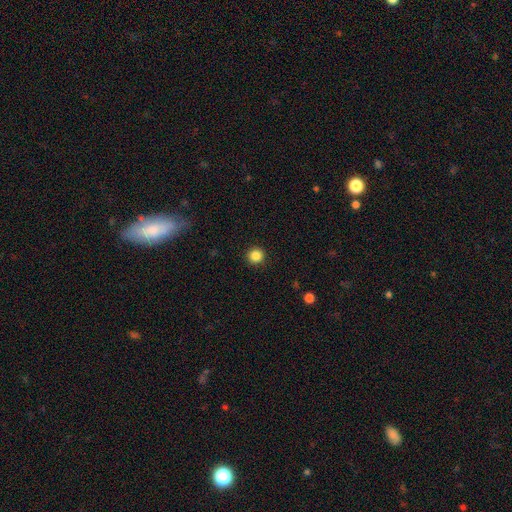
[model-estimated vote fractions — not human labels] Smooth or featured? smooth (85%)
How rounded? round (95%)
Merging? none (93%)